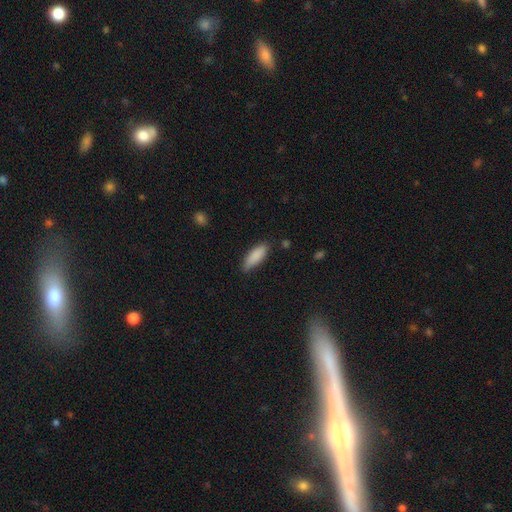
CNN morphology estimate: Overall: smooth (87%). How rounded: in between (63%; cigar-shaped 35%). Merging: none (72%).